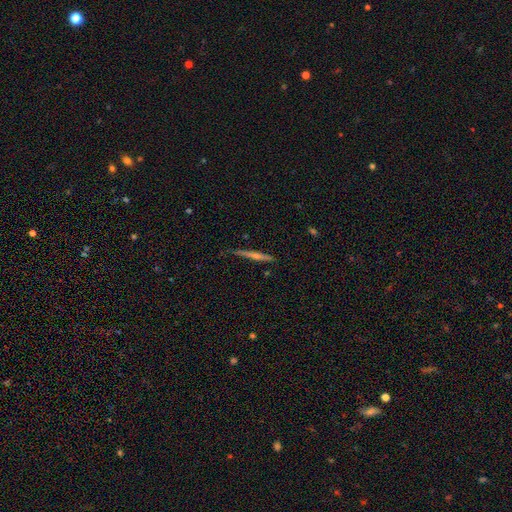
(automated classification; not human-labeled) Q: Smooth or featured?
A: featured or disk (53%); runner-up: smooth (28%)
Q: Edge-on disk?
A: yes (90%); runner-up: no (10%)
Q: Merging?
A: none (83%); runner-up: minor disturbance (10%)